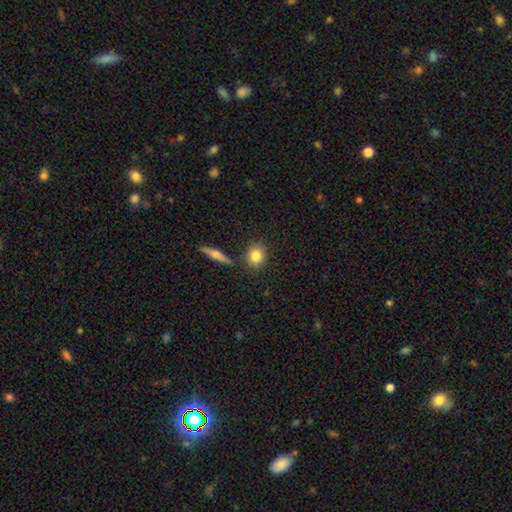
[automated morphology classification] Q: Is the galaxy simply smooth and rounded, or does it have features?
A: smooth — 82%.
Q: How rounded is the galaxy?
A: round — 72%.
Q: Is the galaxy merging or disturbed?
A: none — 82%.